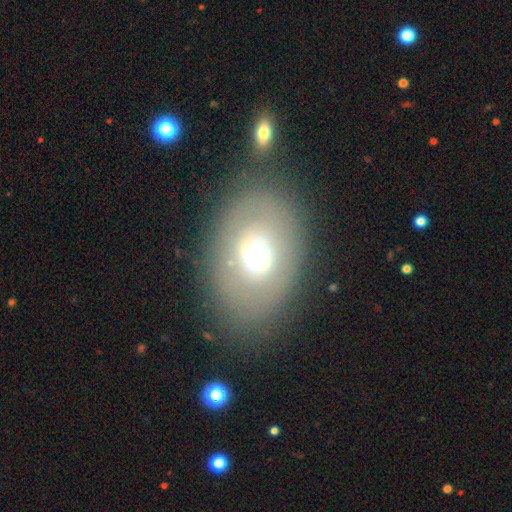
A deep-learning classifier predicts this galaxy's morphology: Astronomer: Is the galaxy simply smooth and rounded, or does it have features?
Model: smooth — 55% (runner-up: featured or disk, 32%).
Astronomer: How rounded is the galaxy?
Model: in between — 71%.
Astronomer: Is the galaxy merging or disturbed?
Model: none — 80%.